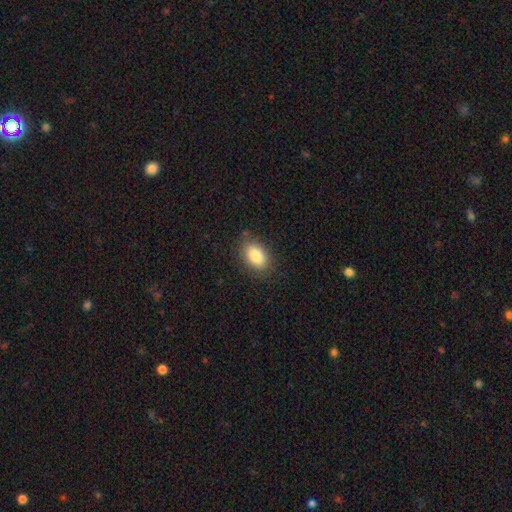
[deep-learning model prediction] Smooth or featured: smooth — 85% (star or artifact — 8%)
How rounded: in between — 88% (round — 11%)
Merging: none — 84% (minor disturbance — 12%)